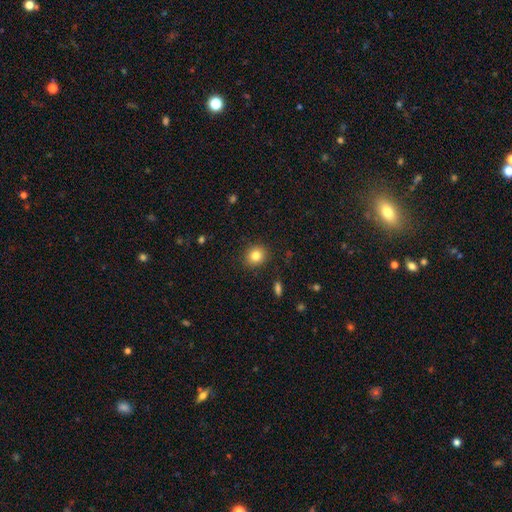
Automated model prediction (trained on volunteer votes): A smooth galaxy with no disk features (82%) that is round (77%).

Vote fractions:
- Smooth or featured? smooth: 82% / star or artifact: 11% / featured or disk: 7%
- How rounded? round: 77% / in between: 22% / cigar-shaped: 1%
- Merging? none: 89% / minor disturbance: 7% / major disturbance: 2% / merger: 1%